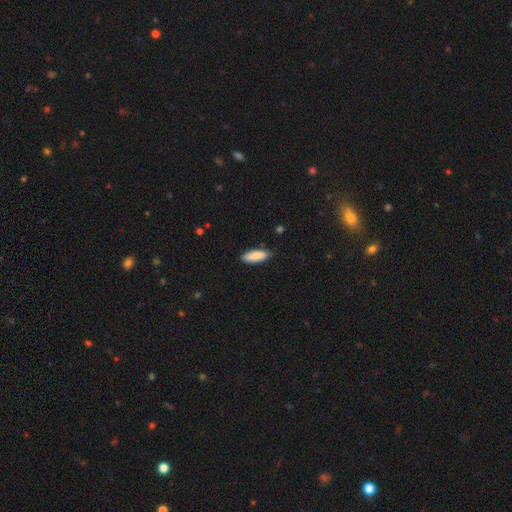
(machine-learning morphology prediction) The model was most divided on "how rounded": in between: 69%, cigar-shaped: 29%, round: 2%. More confident: smooth or featured — smooth (88%); merging — none (83%).